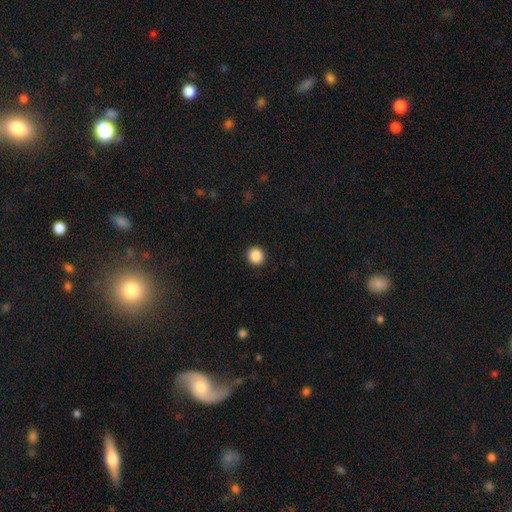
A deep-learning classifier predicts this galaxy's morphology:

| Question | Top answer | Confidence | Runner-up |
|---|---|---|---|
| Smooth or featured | smooth | 88% | star or artifact (9%) |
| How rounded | round | 91% | in between (8%) |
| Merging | none | 93% | minor disturbance (5%) |